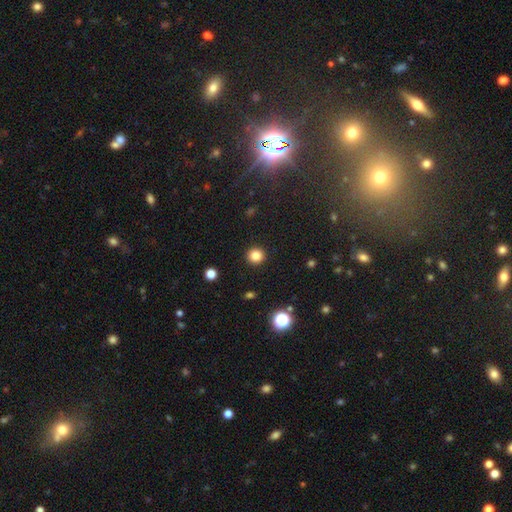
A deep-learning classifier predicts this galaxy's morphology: Smooth or featured: smooth — 84% (star or artifact — 12%)
How rounded: round — 94% (in between — 5%)
Merging: none — 93% (minor disturbance — 5%)